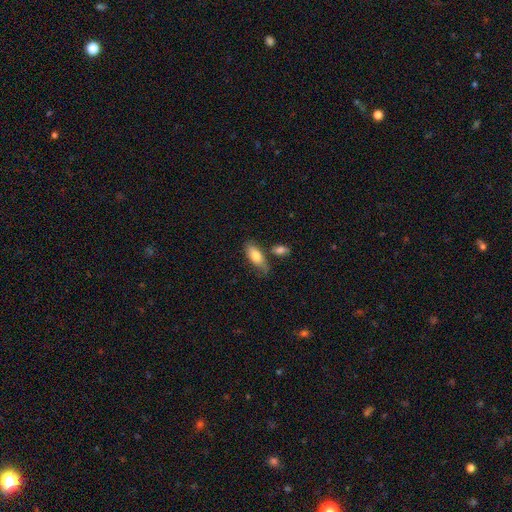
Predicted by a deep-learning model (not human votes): The model was most divided on "merging": none: 55%, minor disturbance: 23%, merger: 14%, major disturbance: 8%. More confident: how rounded — in between (86%); smooth or featured — smooth (76%).